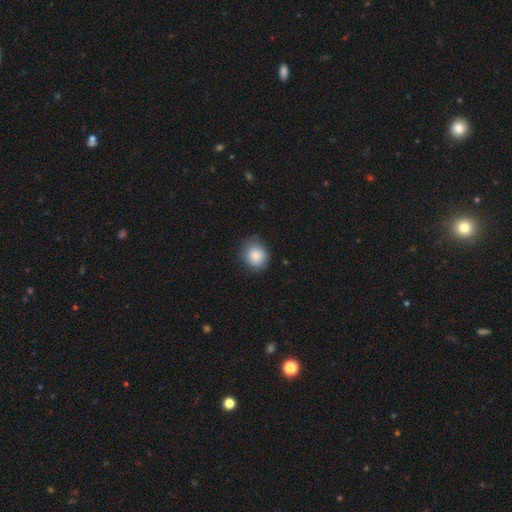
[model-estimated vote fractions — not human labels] Morphology: type=smooth (84%); roundness=round (73%); merging=none (76%).